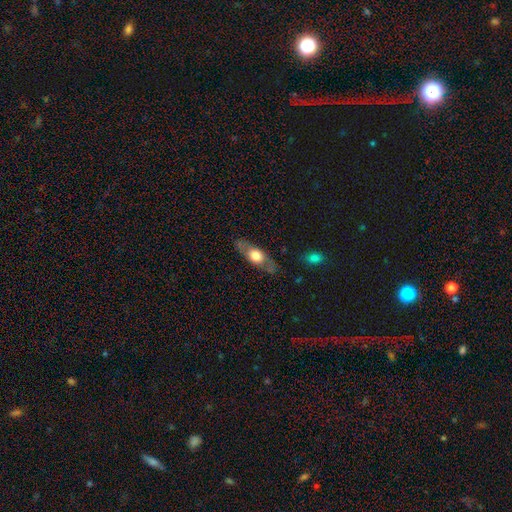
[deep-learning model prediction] Smooth or featured? smooth (47%)
Merging? none (77%)